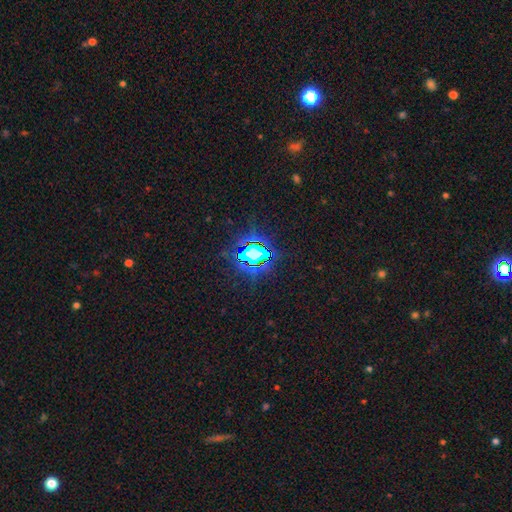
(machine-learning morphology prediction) A star or artifact, not a galaxy (83%).